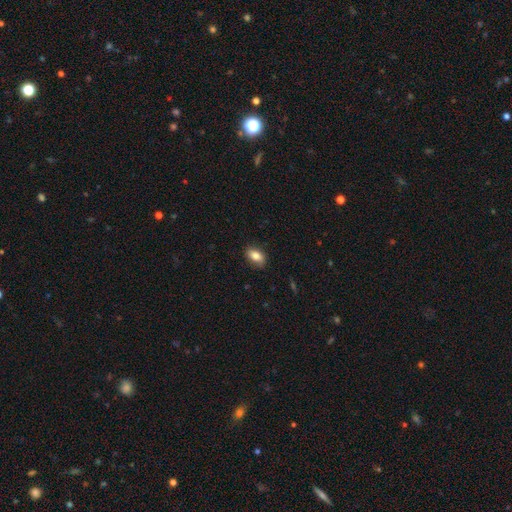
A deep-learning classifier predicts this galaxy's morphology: Smooth or featured: smooth — 80% (featured or disk — 12%)
How rounded: in between — 87% (round — 9%)
Merging: none — 83% (minor disturbance — 14%)